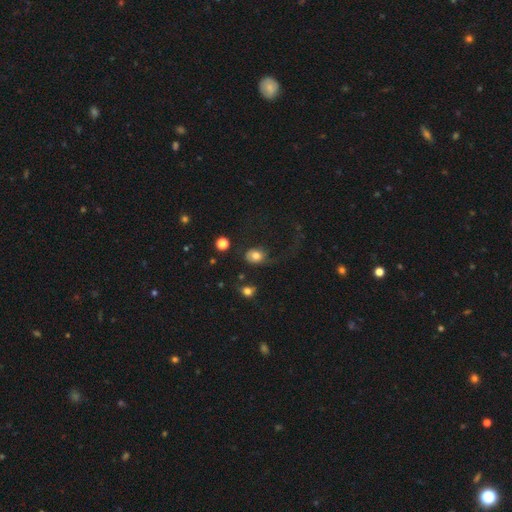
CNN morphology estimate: This is likely a smooth galaxy (74%). How rounded: possibly in between (50%). Merging: marginally none (42%).